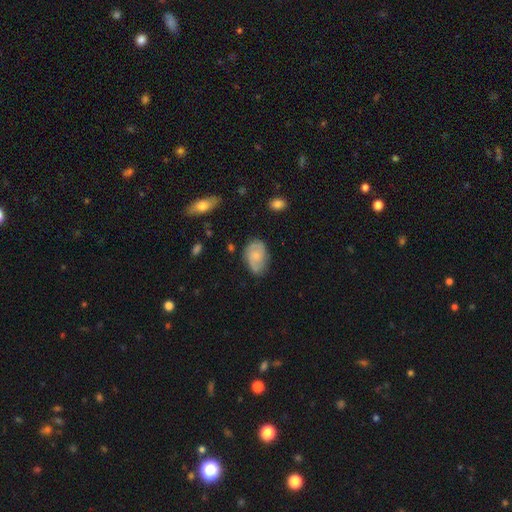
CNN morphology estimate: The model was most divided on "smooth or featured": featured or disk: 53%, smooth: 40%, star or artifact: 7%. More confident: edge-on disk — no (96%); spiral arms — yes (85%); bar — no (71%); merging — none (69%); bulge size — small (52%).